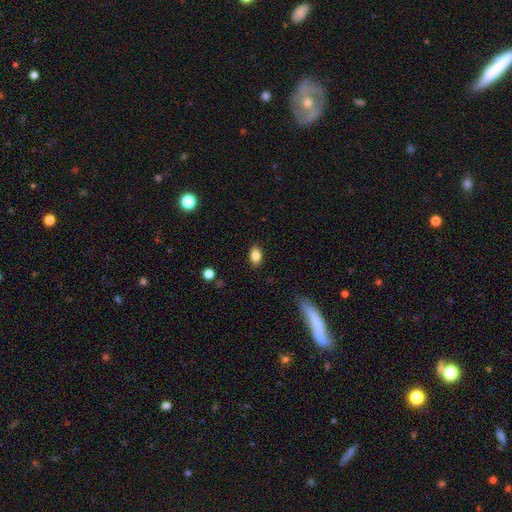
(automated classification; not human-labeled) Morphology: type=smooth (84%); roundness=in between (85%); merging=none (87%).